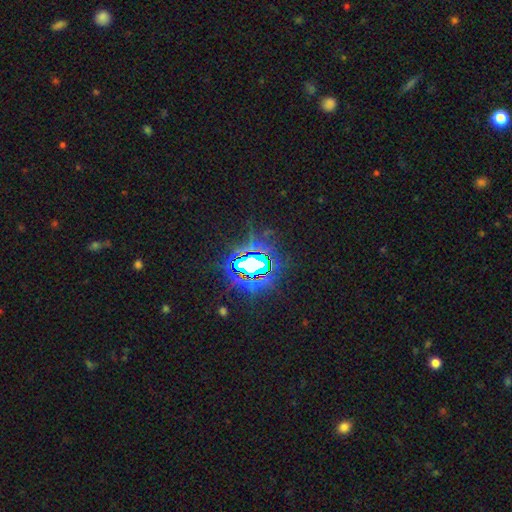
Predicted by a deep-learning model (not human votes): Morphology: type=star or artifact (83%).